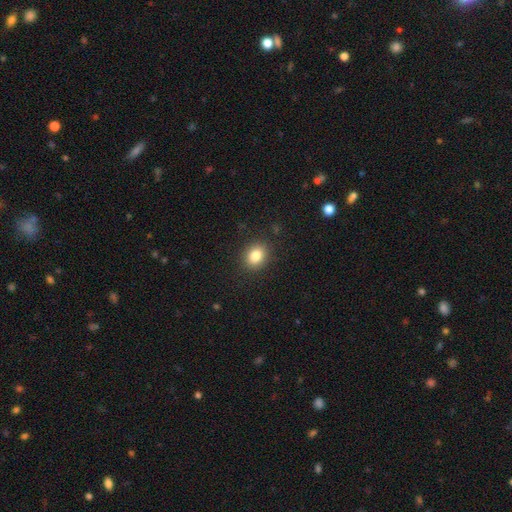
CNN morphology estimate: Overall: smooth (83%). How rounded: round (54%; in between 45%). Merging: none (88%).